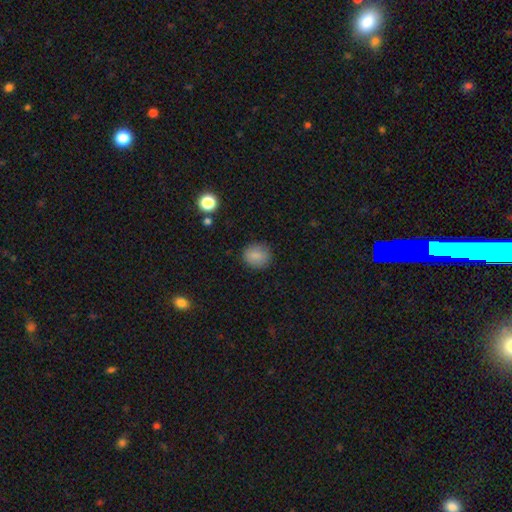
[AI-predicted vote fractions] Smooth or featured: smooth — 84% (star or artifact — 10%)
How rounded: round — 75% (in between — 24%)
Merging: none — 85% (minor disturbance — 11%)